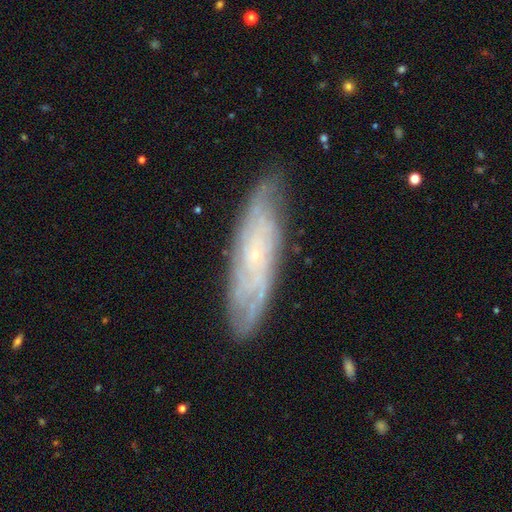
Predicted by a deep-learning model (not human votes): A featured or disk galaxy (75%) with no bar (77%), tight (64%) spiral arms (91%) and a small central bulge (85%).

Vote fractions:
- Smooth or featured? featured or disk: 75% / smooth: 18% / star or artifact: 7%
- Edge-on disk? no: 75% / yes: 25%
- Bar? no: 77% / weak: 19% / strong: 4%
- Spiral arms? yes: 91% / no: 9%
- Spiral winding? tight: 64% / medium: 28% / loose: 8%
- Spiral arm count? can't tell: 54% / 2: 14% / 3: 10% / 4: 10% / more than 4: 7% / 1: 5%
- Bulge size? small: 85% / moderate: 9% / none: 3% / large: 1% / dominant: 1%
- Merging? none: 79% / minor disturbance: 16% / major disturbance: 4% / merger: 1%